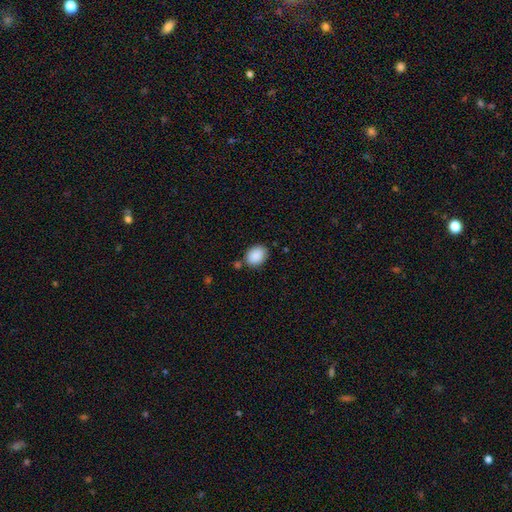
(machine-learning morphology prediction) smooth-or-featured: smooth: 89% | star or artifact: 7% | featured or disk: 3%
  how-rounded: in between: 63% | round: 36% | cigar-shaped: 1%
  merging: none: 77% | minor disturbance: 14% | merger: 6% | major disturbance: 3%